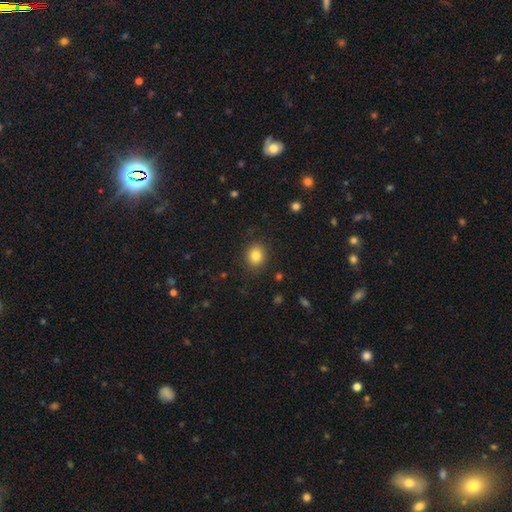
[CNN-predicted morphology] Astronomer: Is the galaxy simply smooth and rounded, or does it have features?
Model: smooth — 83%.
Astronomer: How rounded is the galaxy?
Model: round — 75%.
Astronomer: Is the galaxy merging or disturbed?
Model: none — 88%.